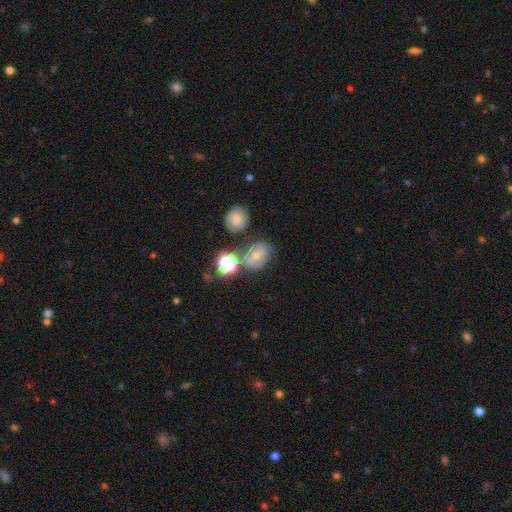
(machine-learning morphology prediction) Smooth or featured?
  - smooth: 48% *
  - featured or disk: 34%
  - star or artifact: 17%
Merging?
  - none: 60% *
  - minor disturbance: 17%
  - merger: 15%
  - major disturbance: 7%